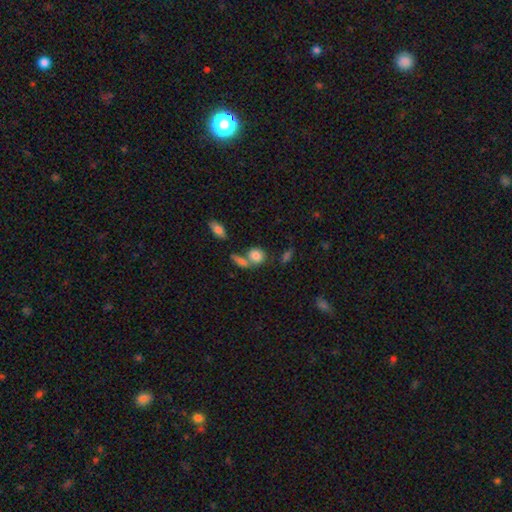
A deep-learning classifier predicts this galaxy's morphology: Overall: smooth (82%). How rounded: round (58%; in between 38%). Merging: none (48%; merger 36%).